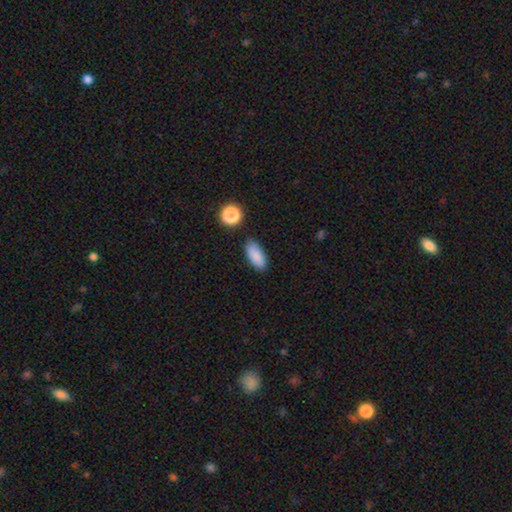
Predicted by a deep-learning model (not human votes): The model was most divided on "merging": none: 82%, minor disturbance: 12%, merger: 3%, major disturbance: 3%. More confident: smooth or featured — smooth (87%); how rounded — in between (86%).